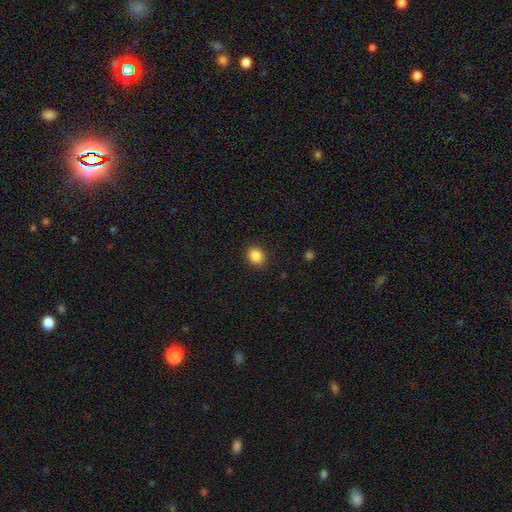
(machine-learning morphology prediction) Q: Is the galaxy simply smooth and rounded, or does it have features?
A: smooth — 86%.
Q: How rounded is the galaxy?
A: round — 67%.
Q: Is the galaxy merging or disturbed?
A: none — 89%.